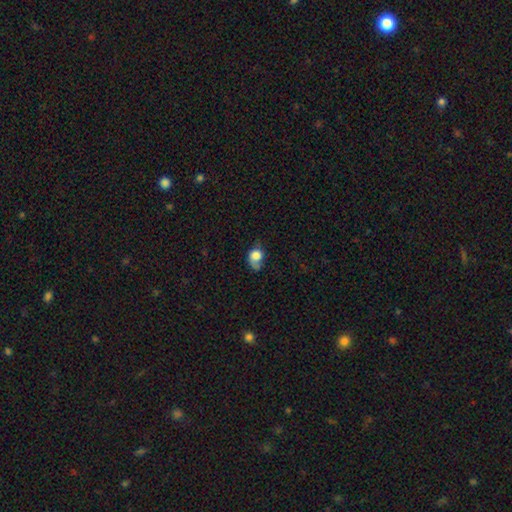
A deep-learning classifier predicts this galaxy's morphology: smooth_or_featured: smooth (p=0.71) [alt: featured or disk p=0.19]
how_rounded: round (p=0.52) [alt: in between p=0.46]
merging: minor disturbance (p=0.33) [alt: none p=0.32]